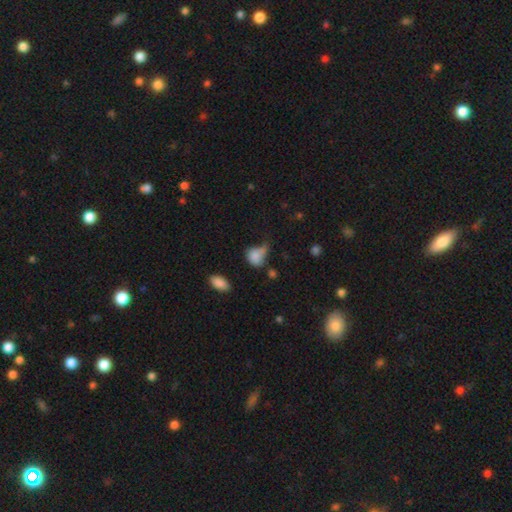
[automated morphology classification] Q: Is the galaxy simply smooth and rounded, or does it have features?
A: smooth — 78%.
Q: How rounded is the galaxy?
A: in between — 58%.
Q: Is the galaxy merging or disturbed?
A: minor disturbance — 33%.